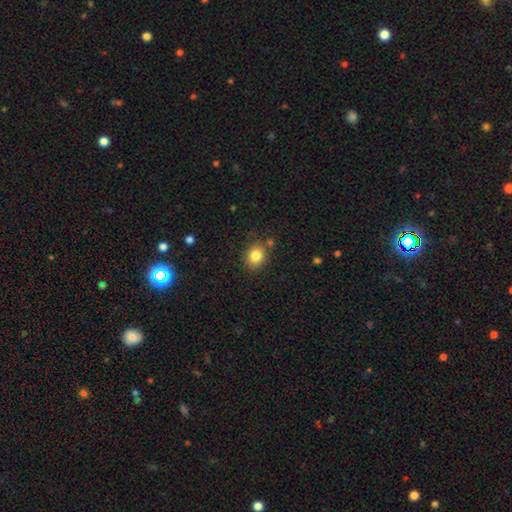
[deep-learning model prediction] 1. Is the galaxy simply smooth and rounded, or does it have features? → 82% smooth, 11% star or artifact, 7% featured or disk.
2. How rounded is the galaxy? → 70% round, 29% in between, 1% cigar-shaped.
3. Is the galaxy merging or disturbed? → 82% none, 10% minor disturbance, 5% merger, 3% major disturbance.